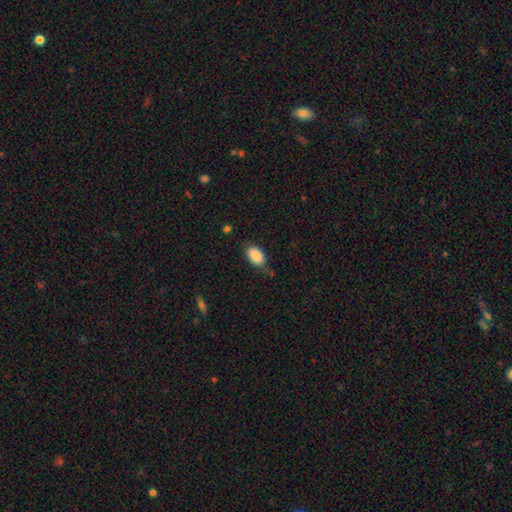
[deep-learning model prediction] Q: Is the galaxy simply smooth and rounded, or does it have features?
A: smooth — 88%.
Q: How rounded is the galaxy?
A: in between — 92%.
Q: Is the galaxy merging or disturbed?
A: none — 63%.